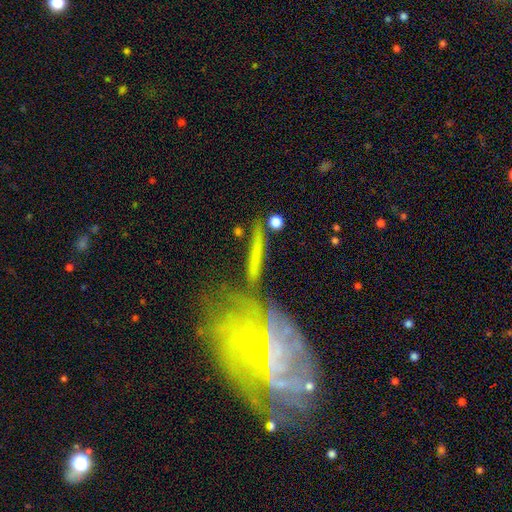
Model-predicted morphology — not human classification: smooth_or_featured: featured or disk (p=0.46) [alt: smooth p=0.43]
merging: none (p=0.63) [alt: minor disturbance p=0.17]